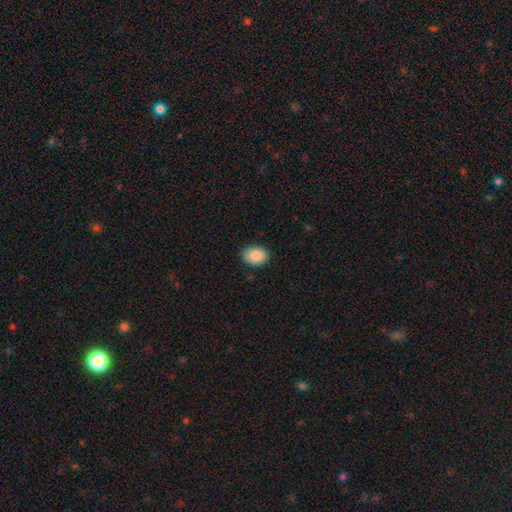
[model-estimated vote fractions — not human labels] Morphology: type=smooth (89%); roundness=in between (75%); merging=none (87%).